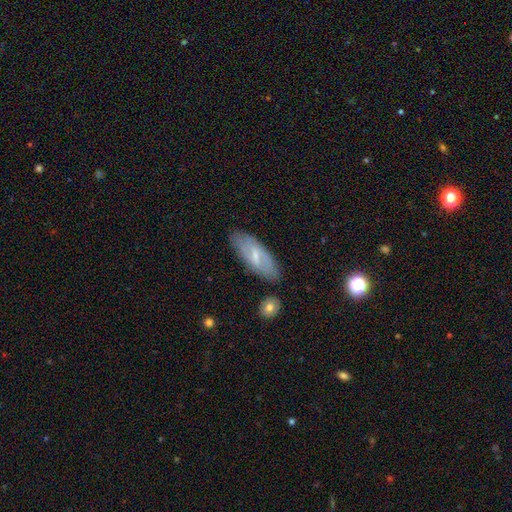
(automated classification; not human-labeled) The model was most divided on "smooth or featured": featured or disk: 49%, smooth: 44%, star or artifact: 7%. More confident: merging — none (80%).